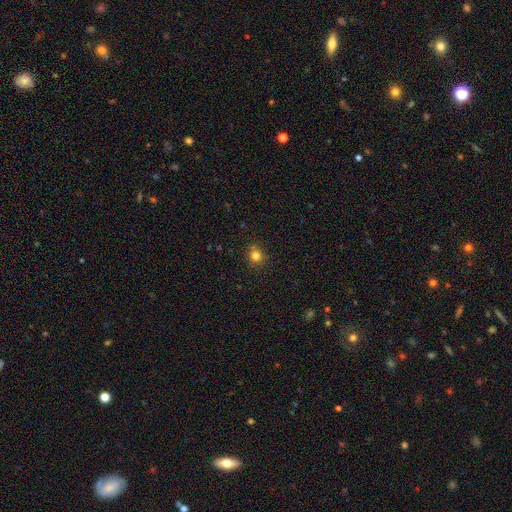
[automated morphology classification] A smooth galaxy with no disk features (80%) that is round (90%).

Vote fractions:
- Smooth or featured? smooth: 80% / star or artifact: 15% / featured or disk: 5%
- How rounded? round: 90% / in between: 9% / cigar-shaped: 1%
- Merging? none: 86% / minor disturbance: 9% / merger: 3% / major disturbance: 2%